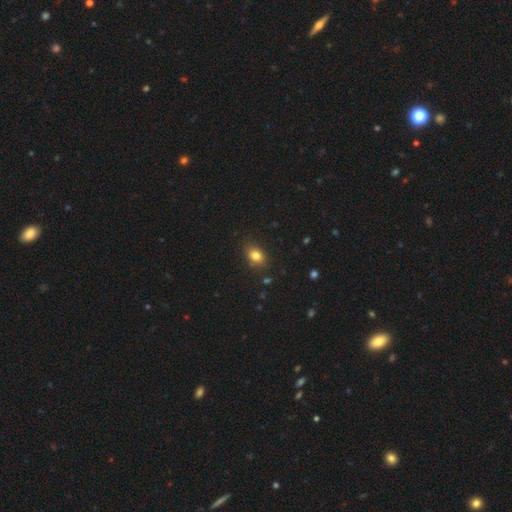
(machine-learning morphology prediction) A smooth galaxy with no disk features (82%) that is in between round and cigar-shaped (71%).

Vote fractions:
- Smooth or featured? smooth: 82% / star or artifact: 11% / featured or disk: 7%
- How rounded? in between: 71% / round: 28% / cigar-shaped: 2%
- Merging? none: 84% / minor disturbance: 12% / major disturbance: 3% / merger: 1%